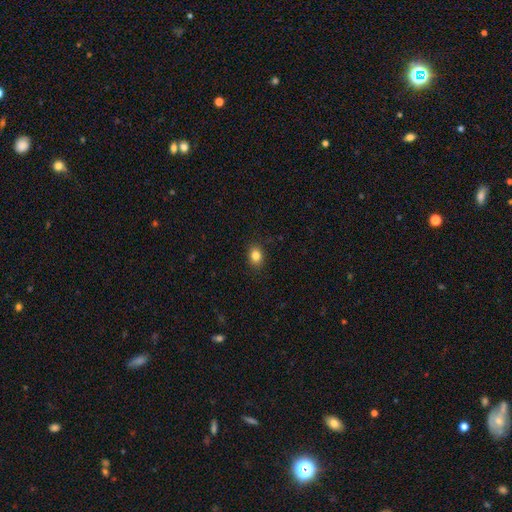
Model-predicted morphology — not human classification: Smooth or featured? smooth (84%)
How rounded? in between (60%)
Merging? none (89%)